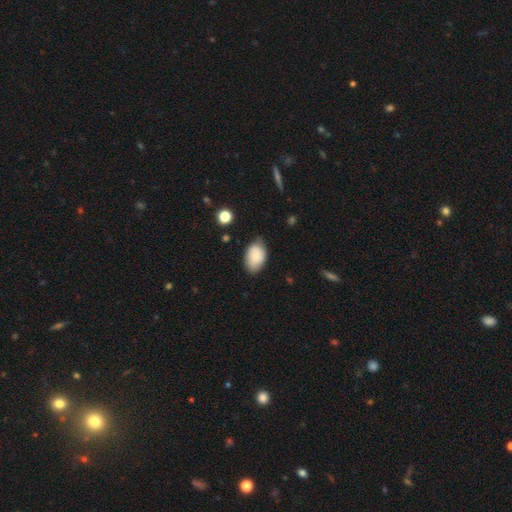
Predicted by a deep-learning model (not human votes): smooth 74%, featured or disk 19%, star or artifact 7%. Down the decision tree: how rounded — in between (88%); merging — none (67%).